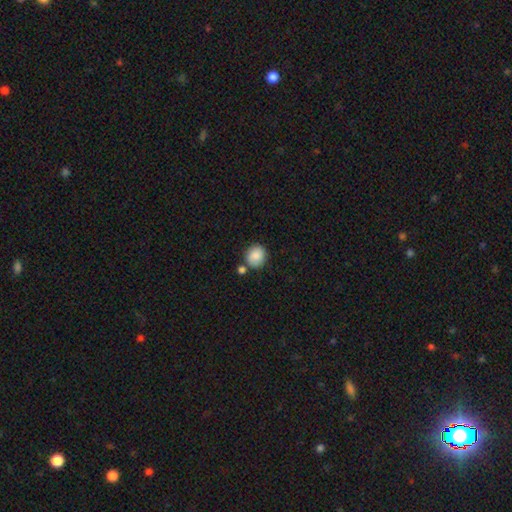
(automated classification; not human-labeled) This is clearly a smooth galaxy (87%). How rounded: likely round (78%). Merging: likely none (70%).